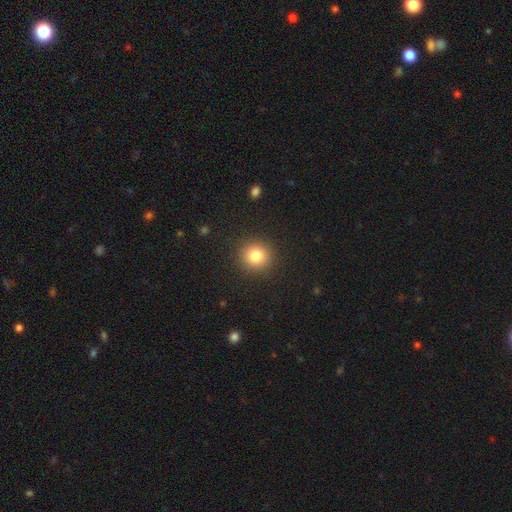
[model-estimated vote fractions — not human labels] Smooth or featured?
  - smooth: 81% *
  - star or artifact: 12%
  - featured or disk: 7%
How rounded?
  - round: 91% *
  - in between: 8%
  - cigar-shaped: 1%
Merging?
  - none: 91% *
  - minor disturbance: 6%
  - major disturbance: 2%
  - merger: 1%